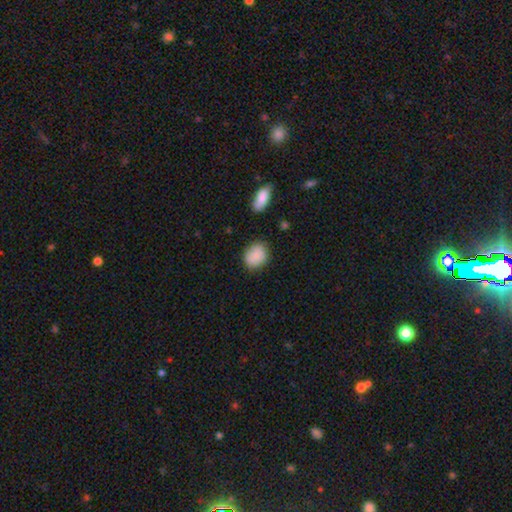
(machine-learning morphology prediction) A smooth galaxy with no disk features (87%) that is round (53%). Merging: none (80%).